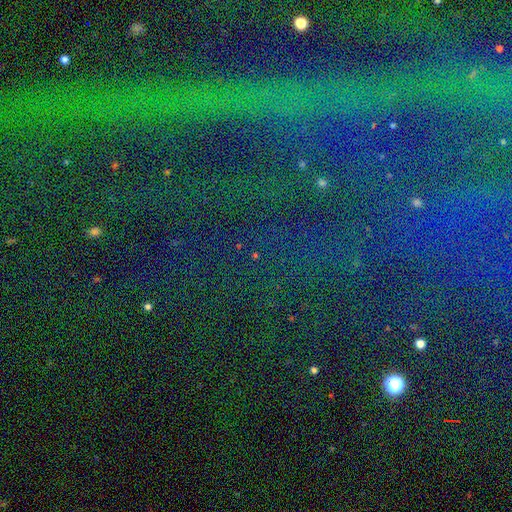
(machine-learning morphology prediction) This is likely a star or artifact rather than a galaxy (77%).